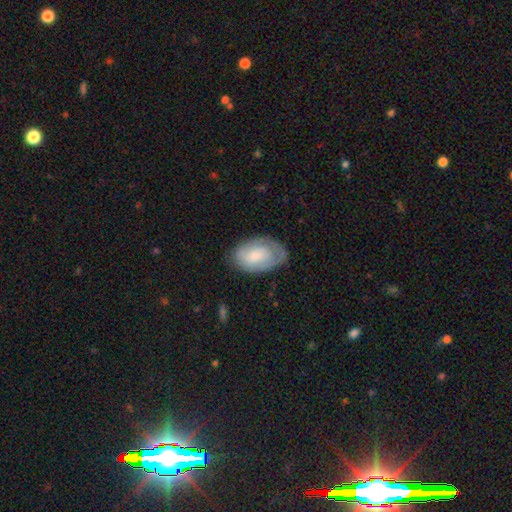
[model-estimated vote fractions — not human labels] This appears to be a smooth galaxy with no disk features (57%) that is in between round and cigar-shaped (91%). Merging: none (66%).